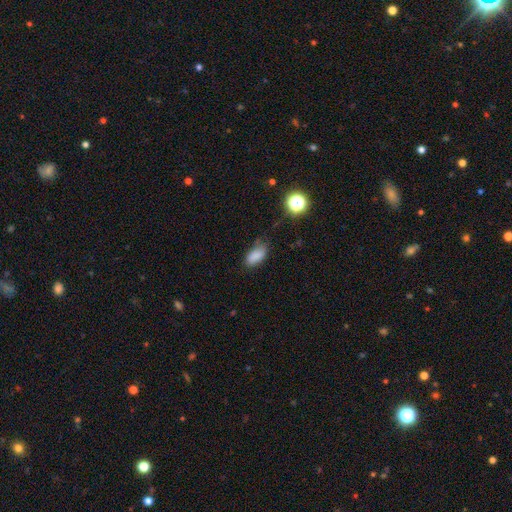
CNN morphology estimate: Smooth or featured: smooth — 81% (star or artifact — 11%)
How rounded: in between — 91% (round — 6%)
Merging: none — 60% (minor disturbance — 29%)